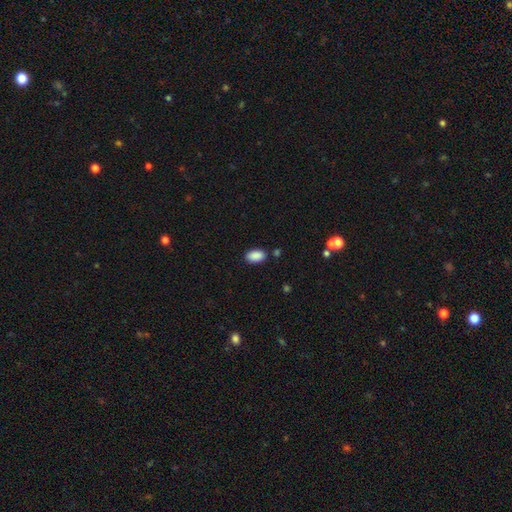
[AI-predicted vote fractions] A smooth galaxy with no disk features (89%) that is in between round and cigar-shaped (93%).

Vote fractions:
- Smooth or featured? smooth: 89% / star or artifact: 8% / featured or disk: 3%
- How rounded? in between: 93% / round: 5% / cigar-shaped: 2%
- Merging? none: 84% / minor disturbance: 10% / merger: 3% / major disturbance: 2%